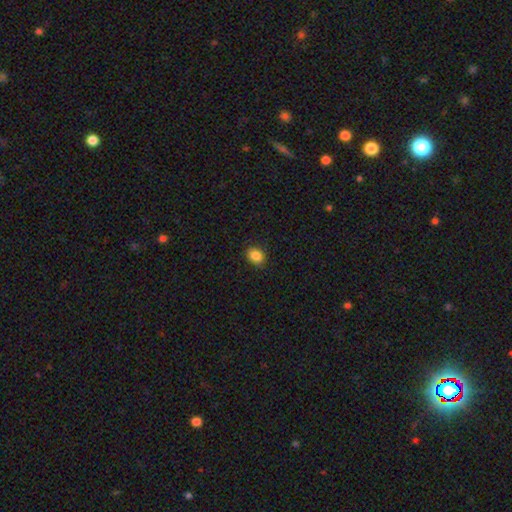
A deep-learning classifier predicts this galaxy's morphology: Smooth or featured? smooth (86%)
How rounded? round (55%)
Merging? none (89%)